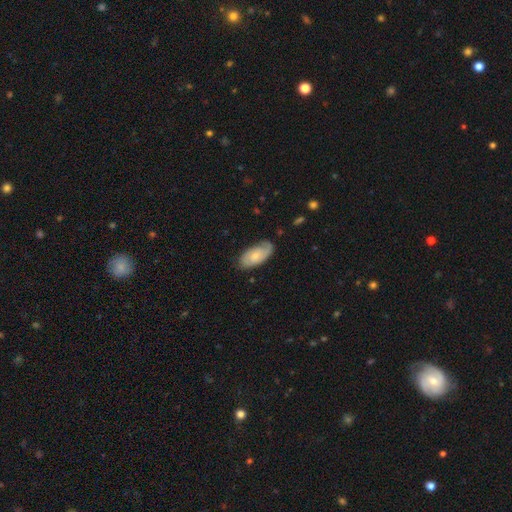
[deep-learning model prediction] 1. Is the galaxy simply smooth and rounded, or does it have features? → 52% featured or disk, 42% smooth, 6% star or artifact.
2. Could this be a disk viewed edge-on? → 92% no, 8% yes.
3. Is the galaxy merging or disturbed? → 68% none, 23% minor disturbance, 7% major disturbance, 1% merger.